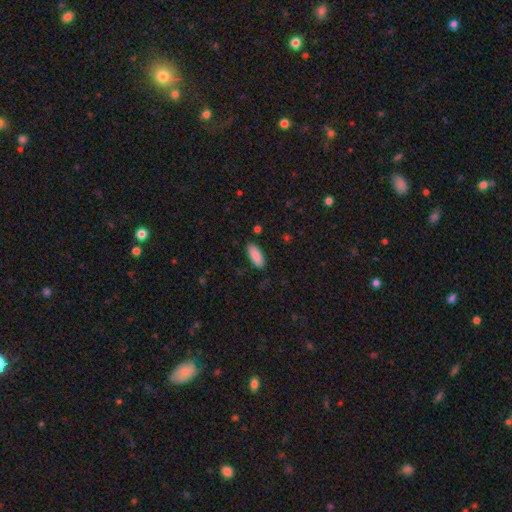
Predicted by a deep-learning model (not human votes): The model was most divided on "how rounded": in between: 80%, cigar-shaped: 19%, round: 2%. More confident: smooth or featured — smooth (89%); merging — none (85%).